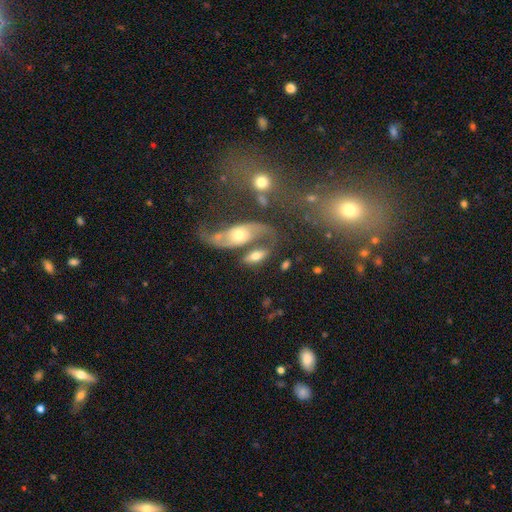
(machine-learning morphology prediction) Smooth or featured? featured or disk (47%)
Merging? none (38%)